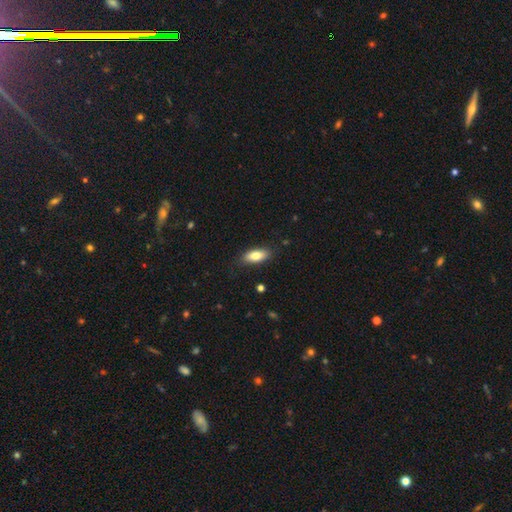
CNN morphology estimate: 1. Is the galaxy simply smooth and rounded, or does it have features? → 80% smooth, 13% featured or disk, 7% star or artifact.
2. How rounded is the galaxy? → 81% in between, 16% cigar-shaped, 3% round.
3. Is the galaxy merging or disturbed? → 84% none, 13% minor disturbance, 3% major disturbance, 1% merger.